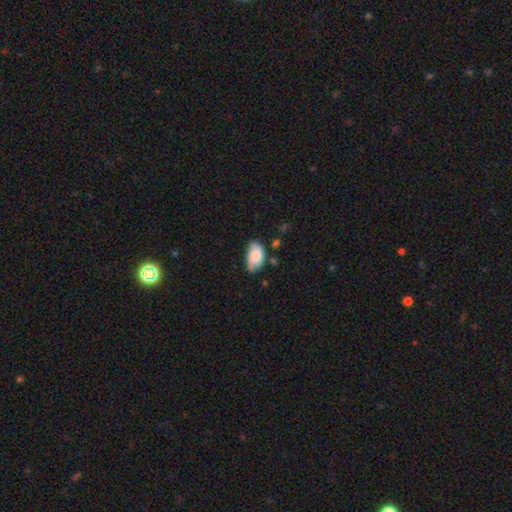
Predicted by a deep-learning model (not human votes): smooth_or_featured: smooth (p=0.80) [alt: featured or disk p=0.13]
how_rounded: in between (p=0.90) [alt: round p=0.08]
merging: none (p=0.46) [alt: minor disturbance p=0.41]